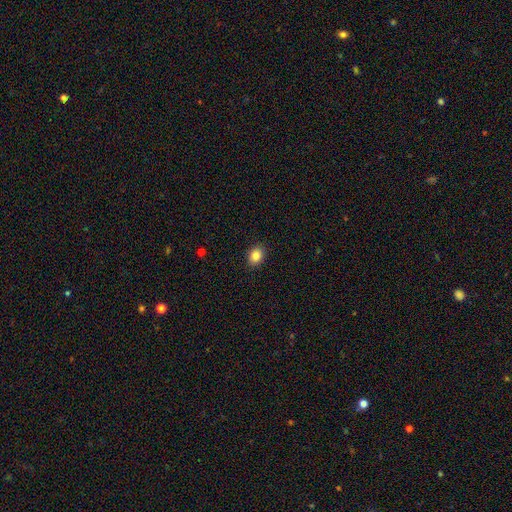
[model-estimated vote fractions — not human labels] Overall: smooth (84%). How rounded: in between (60%; round 39%). Merging: none (90%).